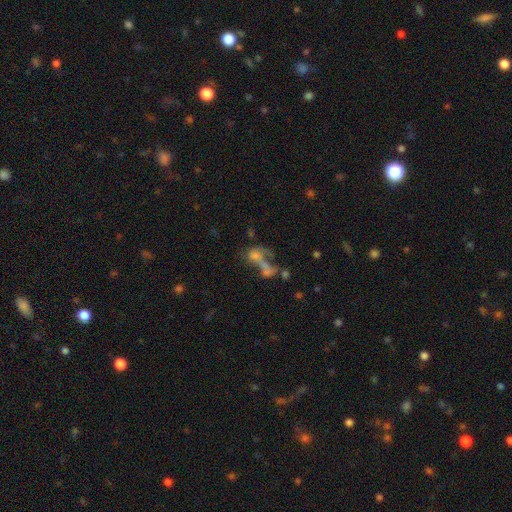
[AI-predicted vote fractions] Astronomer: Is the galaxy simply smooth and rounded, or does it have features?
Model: smooth — 41% (runner-up: featured or disk, 40%).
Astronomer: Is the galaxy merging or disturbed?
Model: merger — 53%.